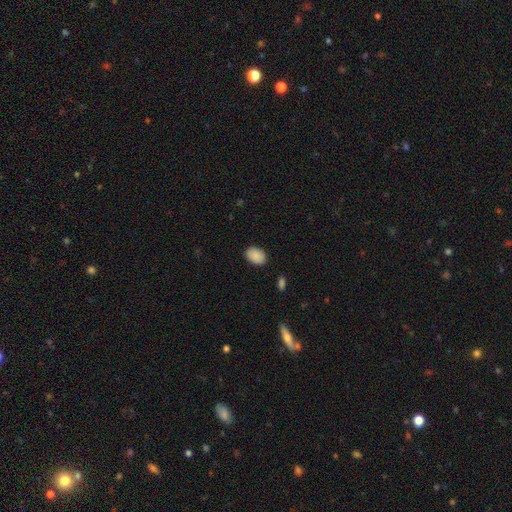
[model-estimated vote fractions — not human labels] Smooth or featured? smooth (89%)
How rounded? in between (84%)
Merging? none (87%)